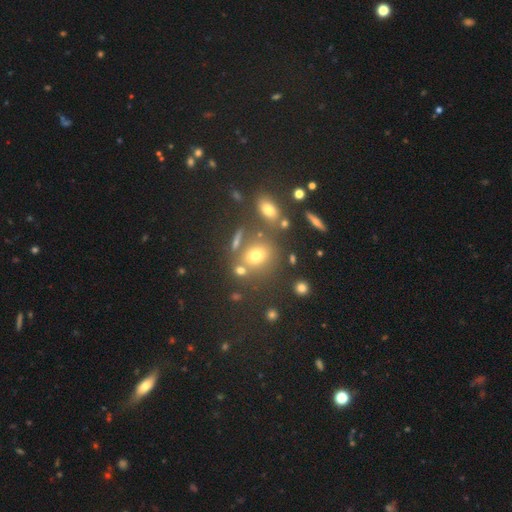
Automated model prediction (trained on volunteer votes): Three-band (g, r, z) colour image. It shows a smooth galaxy with no disk features (64%) that is round (51%). Merging: none (66%).